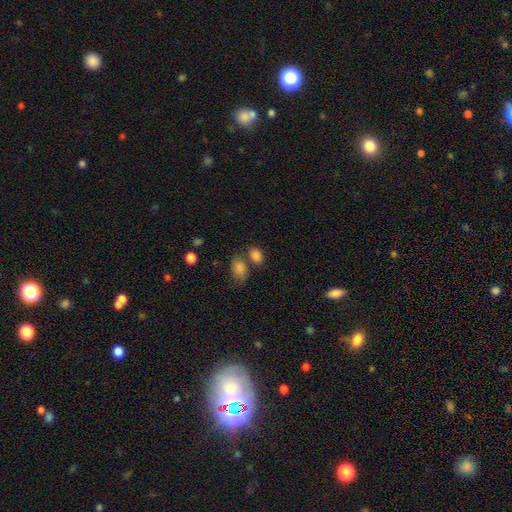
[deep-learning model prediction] Smooth or featured? Predicted: smooth (p=0.84). How rounded? Predicted: in between (p=0.80). Merging? Predicted: none (p=0.53).